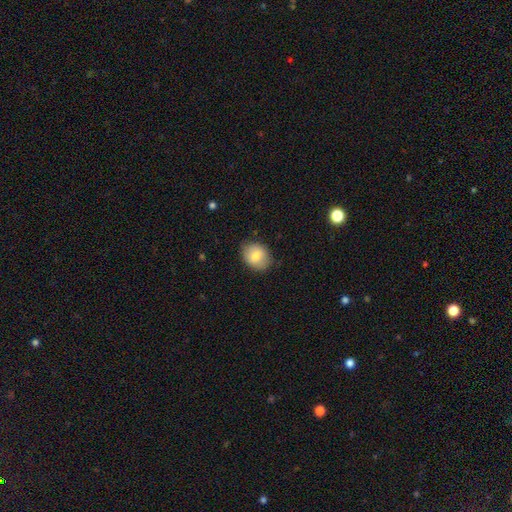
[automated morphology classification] This is likely a smooth galaxy (78%). How rounded: possibly round (56%). Merging: clearly none (80%).